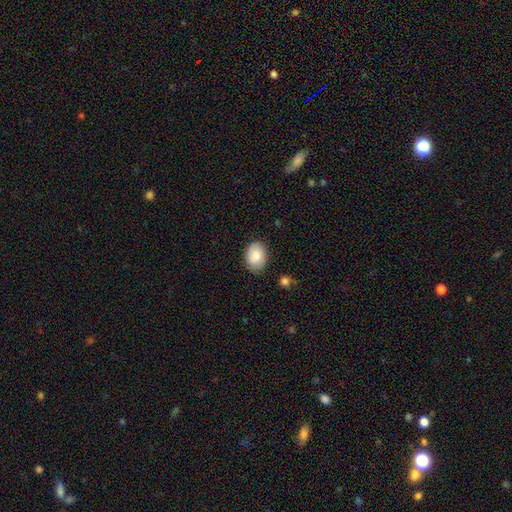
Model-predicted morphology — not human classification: Q: Smooth or featured?
A: smooth (82%); runner-up: featured or disk (11%)
Q: How rounded?
A: in between (74%); runner-up: round (25%)
Q: Merging?
A: none (84%); runner-up: minor disturbance (12%)